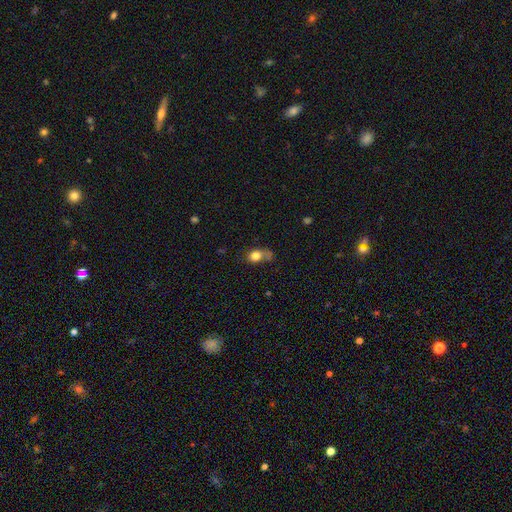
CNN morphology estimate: smooth 79%, star or artifact 11%, featured or disk 10%. Down the decision tree: how rounded — in between (50%); merging — none (42%).